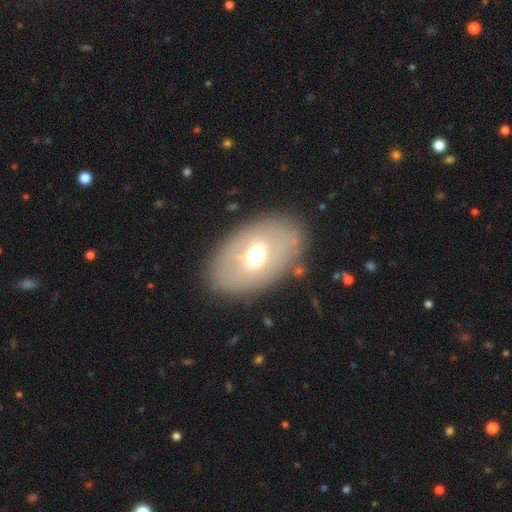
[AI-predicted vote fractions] This is possibly a smooth galaxy (49%). Merging: clearly none (81%).